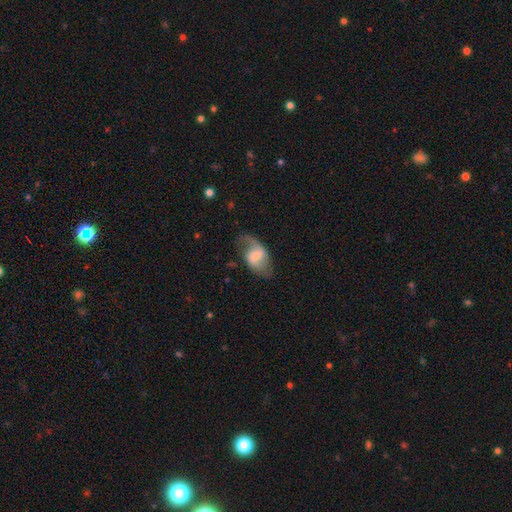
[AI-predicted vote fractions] smooth-or-featured: featured or disk: 72% | smooth: 22% | star or artifact: 7%
  disk-edge-on: no: 96% | yes: 4%
    bar: weak: 53% | no: 26% | strong: 21%
    has-spiral-arms: yes: 91% | no: 9%
      spiral-winding: loose: 53% | medium: 38% | tight: 9%
      spiral-arm-count: 2: 84% | 1: 8% | can't tell: 5% | 3: 1% | 4: 1% | more than 4: 1%
    bulge-size: small: 36% | moderate: 31% | none: 20% | large: 11% | dominant: 2%
  merging: none: 67% | minor disturbance: 20% | major disturbance: 12% | merger: 2%